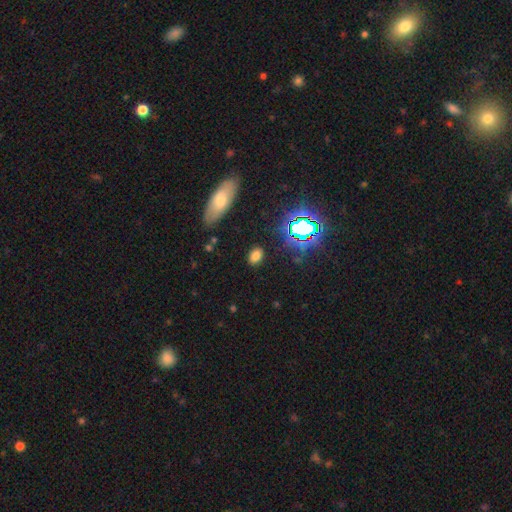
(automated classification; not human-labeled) This is likely a smooth galaxy (71%). How rounded: likely in between (78%). Merging: clearly none (85%).